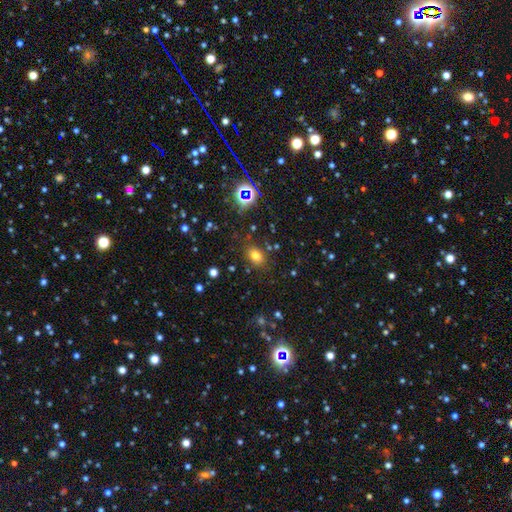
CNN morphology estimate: Smooth or featured?
  - smooth: 72% *
  - star or artifact: 20%
  - featured or disk: 9%
How rounded?
  - in between: 58% *
  - round: 41%
  - cigar-shaped: 1%
Merging?
  - none: 82% *
  - minor disturbance: 11%
  - major disturbance: 4%
  - merger: 3%